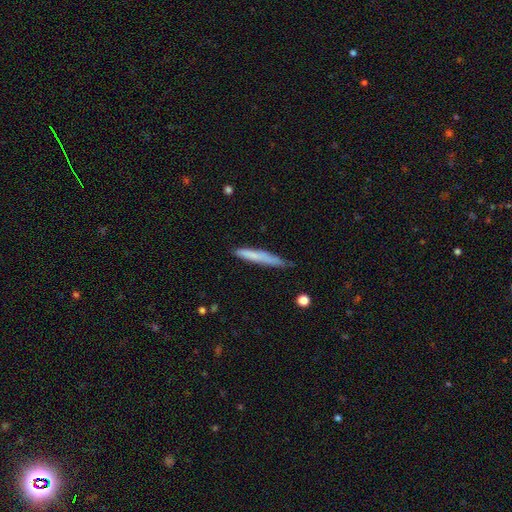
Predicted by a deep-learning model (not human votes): smooth 72%, featured or disk 22%, star or artifact 6%. Down the decision tree: how rounded — cigar-shaped (95%); merging — none (70%).